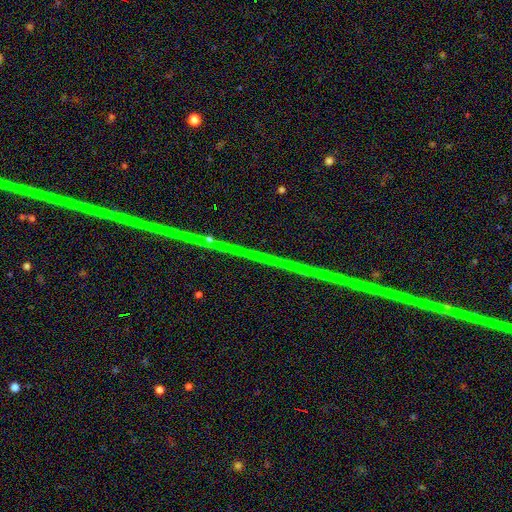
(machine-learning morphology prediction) This is likely a star or artifact rather than a galaxy (76%).